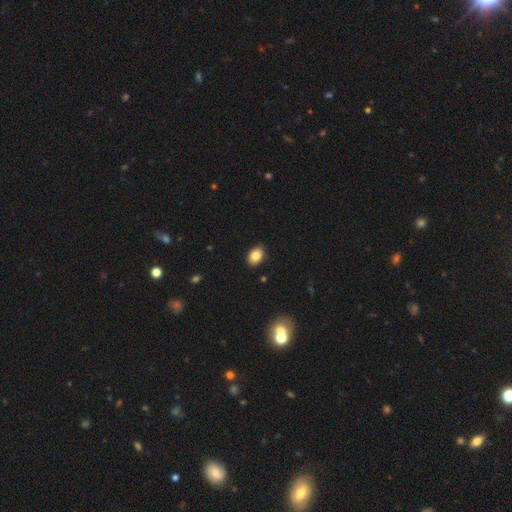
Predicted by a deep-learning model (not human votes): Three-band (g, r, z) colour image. It shows a smooth galaxy with no disk features (84%) that is in between round and cigar-shaped (73%). Merging: none (88%).